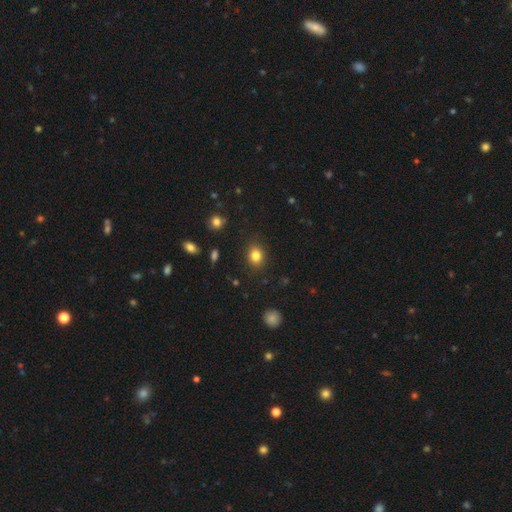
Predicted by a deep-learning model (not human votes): A smooth galaxy with no disk features (83%) that is round (62%). Merging: none (87%).